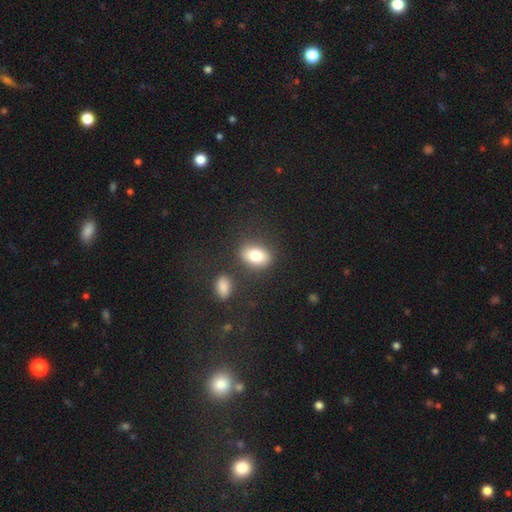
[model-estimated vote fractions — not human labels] Morphology: type=smooth (81%); roundness=in between (80%); merging=none (74%).